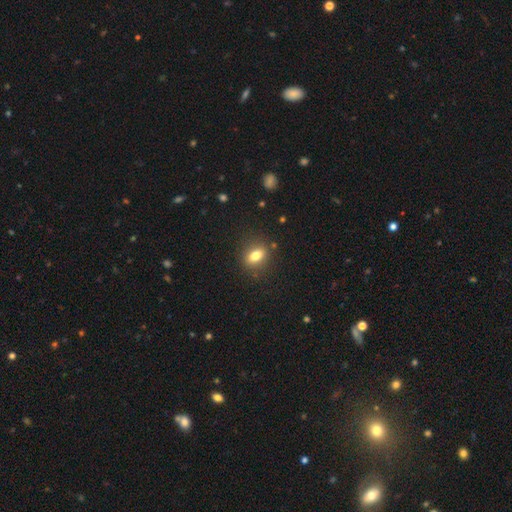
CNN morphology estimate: smooth-or-featured: smooth: 77% | featured or disk: 13% | star or artifact: 10%
  how-rounded: in between: 72% | round: 21% | cigar-shaped: 7%
  merging: none: 85% | minor disturbance: 10% | major disturbance: 3% | merger: 2%